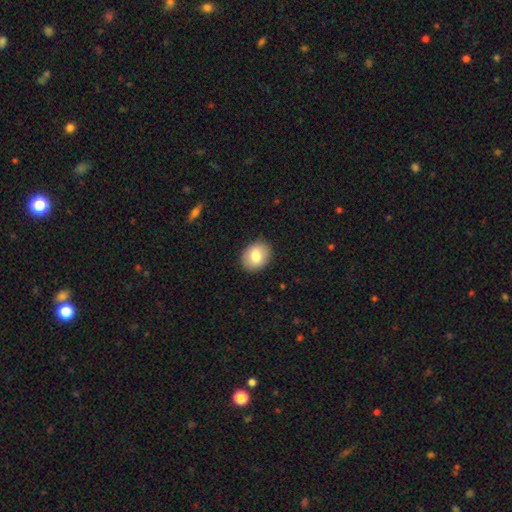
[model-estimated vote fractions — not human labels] A smooth galaxy with no disk features (81%) that is in between round and cigar-shaped (51%).

Vote fractions:
- Smooth or featured? smooth: 81% / featured or disk: 12% / star or artifact: 8%
- How rounded? in between: 51% / round: 48% / cigar-shaped: 1%
- Merging? none: 89% / minor disturbance: 8% / major disturbance: 2% / merger: 1%